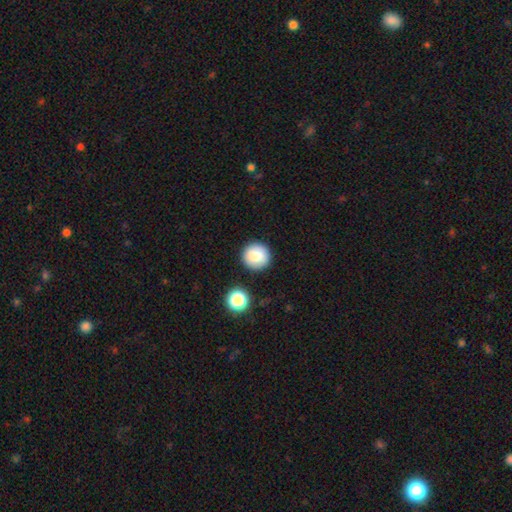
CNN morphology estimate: smooth 83%, star or artifact 9%, featured or disk 8%. Down the decision tree: how rounded — round (93%); merging — none (86%).